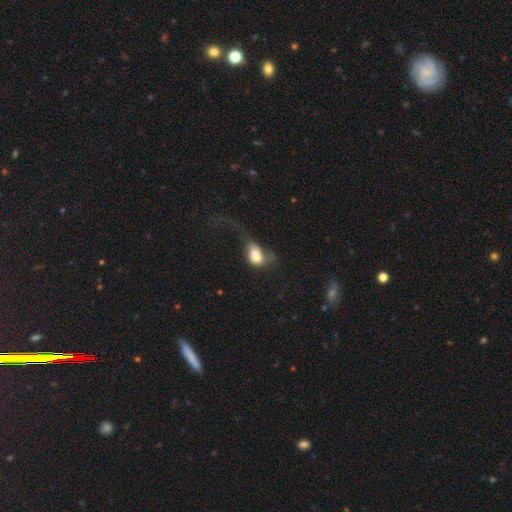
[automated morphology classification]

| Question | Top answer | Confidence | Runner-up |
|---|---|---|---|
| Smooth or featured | smooth | 69% | featured or disk (23%) |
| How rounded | in between | 81% | round (16%) |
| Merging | major disturbance | 56% | merger (17%) |